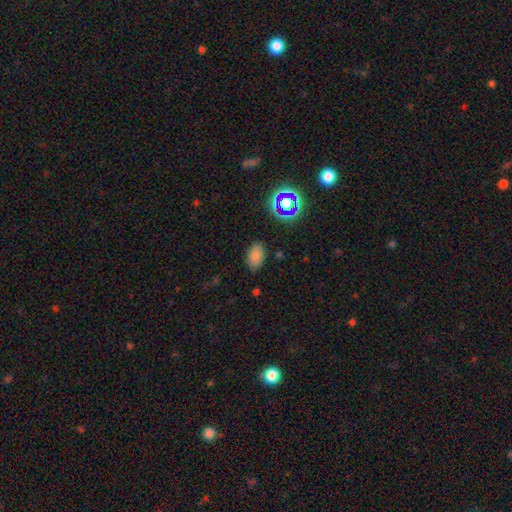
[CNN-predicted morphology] smooth_or_featured: smooth (p=0.78) [alt: star or artifact p=0.15]
how_rounded: in between (p=0.91) [alt: round p=0.08]
merging: none (p=0.83) [alt: minor disturbance p=0.12]